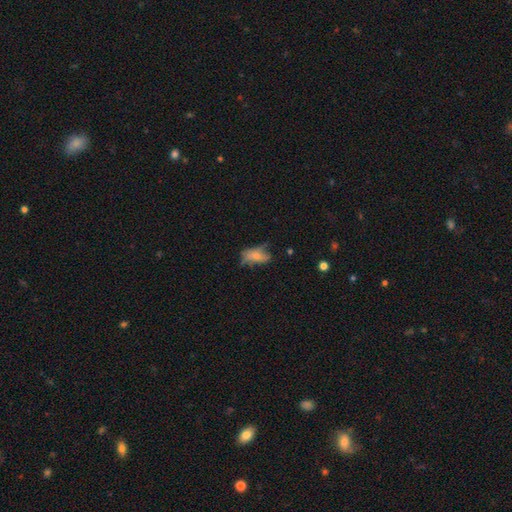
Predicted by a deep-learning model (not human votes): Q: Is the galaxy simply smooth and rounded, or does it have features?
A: smooth — 55%.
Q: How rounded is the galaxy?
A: in between — 86%.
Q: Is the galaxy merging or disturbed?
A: none — 35%.